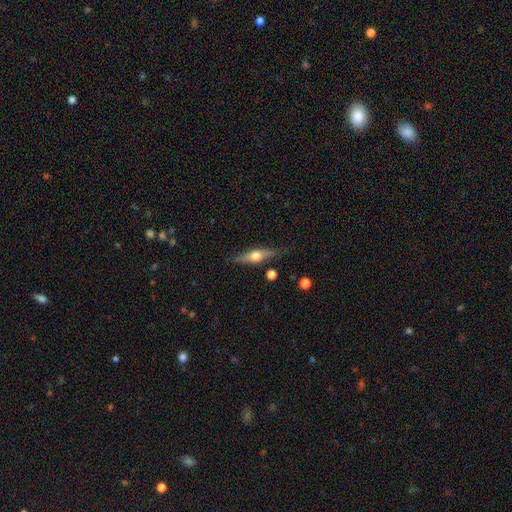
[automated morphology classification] Smooth or featured?
  - featured or disk: 60% *
  - smooth: 33%
  - star or artifact: 7%
Edge-on disk?
  - yes: 93% *
  - no: 7%
Edge-on bulge?
  - rounded: 95% *
  - boxy: 3%
  - none: 2%
Merging?
  - none: 83% *
  - minor disturbance: 12%
  - major disturbance: 3%
  - merger: 2%